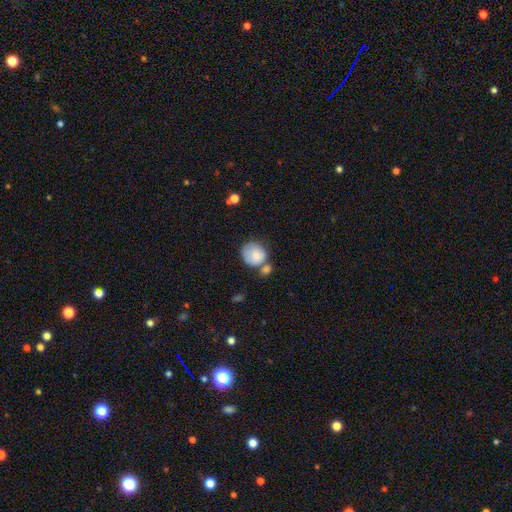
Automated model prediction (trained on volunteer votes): smooth_or_featured: smooth (p=0.80) [alt: featured or disk p=0.13]
how_rounded: round (p=0.77) [alt: in between p=0.22]
merging: none (p=0.42) [alt: merger p=0.28]